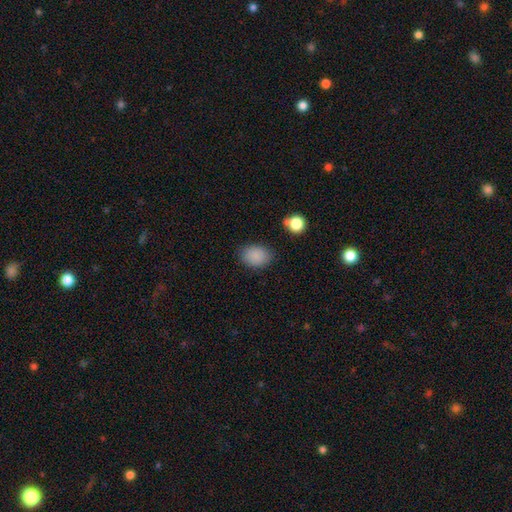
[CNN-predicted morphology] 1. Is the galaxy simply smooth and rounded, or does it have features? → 87% smooth, 9% star or artifact, 4% featured or disk.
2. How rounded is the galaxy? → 68% in between, 31% round, 1% cigar-shaped.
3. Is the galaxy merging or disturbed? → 83% none, 12% minor disturbance, 3% major disturbance, 2% merger.